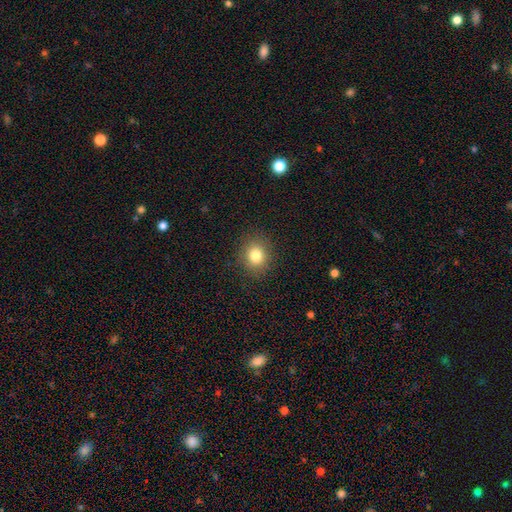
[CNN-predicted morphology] This appears to be a smooth galaxy with no disk features (81%) that is round (71%). Merging: none (89%).